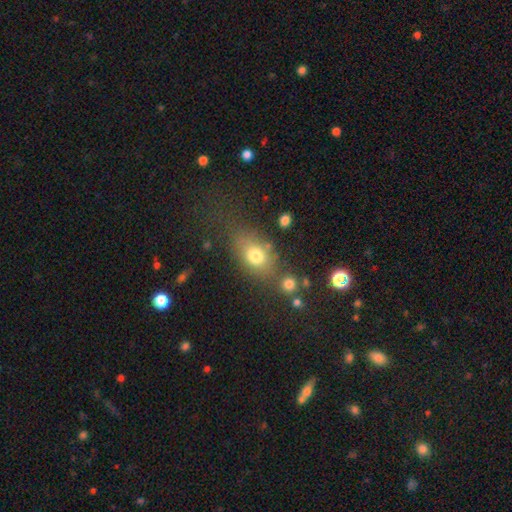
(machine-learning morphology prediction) smooth_or_featured: smooth (p=0.75) [alt: featured or disk p=0.13]
how_rounded: in between (p=0.70) [alt: round p=0.25]
merging: none (p=0.57) [alt: minor disturbance p=0.19]